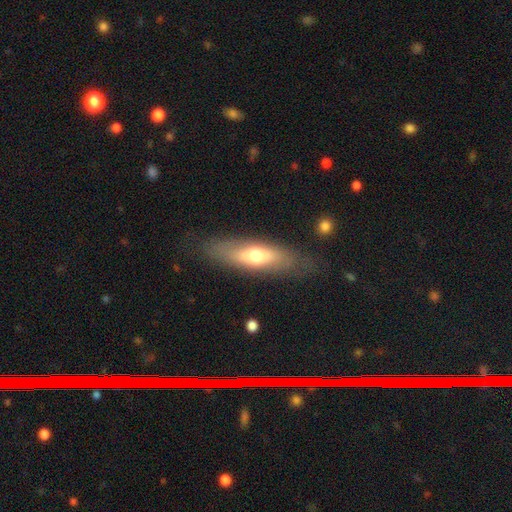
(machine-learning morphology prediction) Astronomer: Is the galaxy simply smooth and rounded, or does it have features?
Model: smooth — 56% (runner-up: featured or disk, 38%).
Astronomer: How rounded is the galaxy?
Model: in between — 50% (runner-up: cigar-shaped, 47%).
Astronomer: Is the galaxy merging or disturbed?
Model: none — 79%.